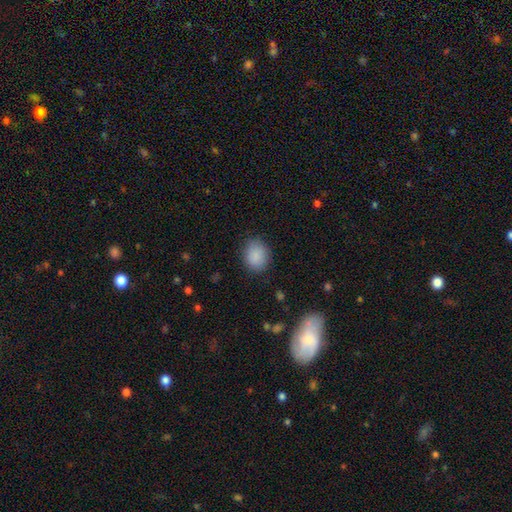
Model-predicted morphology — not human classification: This is clearly a smooth galaxy (88%). How rounded: possibly round (51%). Merging: clearly none (84%).